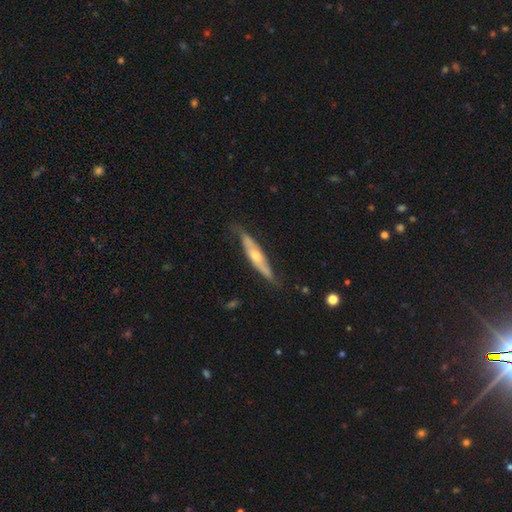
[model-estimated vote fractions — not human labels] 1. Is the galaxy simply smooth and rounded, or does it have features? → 60% featured or disk, 34% smooth, 6% star or artifact.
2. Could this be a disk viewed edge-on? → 70% yes, 30% no.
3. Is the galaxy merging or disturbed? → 71% none, 22% minor disturbance, 6% major disturbance, 2% merger.